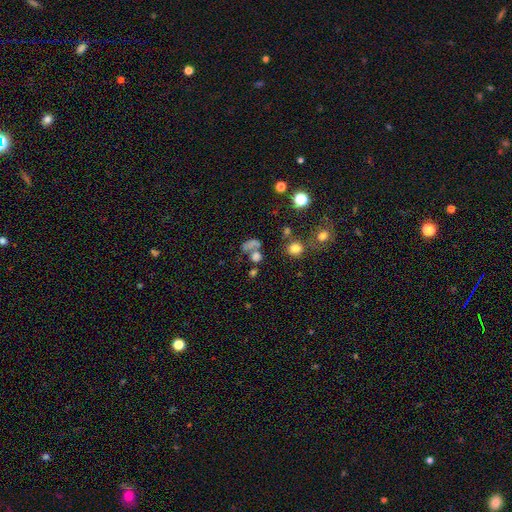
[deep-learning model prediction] Smooth or featured? smooth (63%)
How rounded? round (53%)
Merging? none (37%, tied with merger)